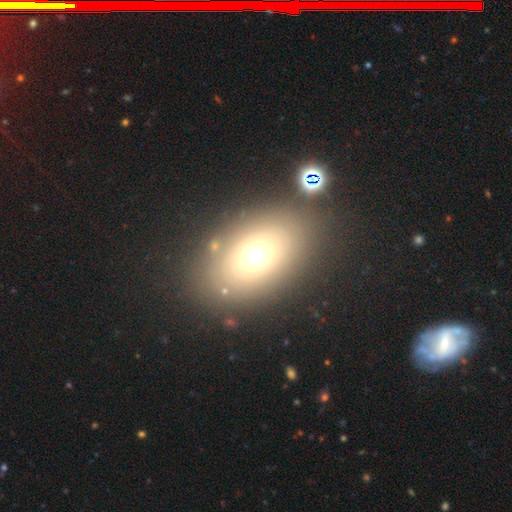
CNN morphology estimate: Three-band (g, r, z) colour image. It shows a smooth galaxy with no disk features (64%) that is in between round and cigar-shaped (78%). Merging: none (79%).